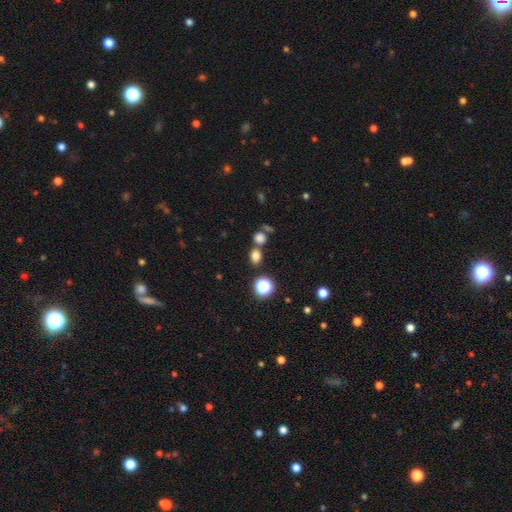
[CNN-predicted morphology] smooth 76%, star or artifact 18%, featured or disk 6%. Down the decision tree: how rounded — in between (51%); merging — none (66%).